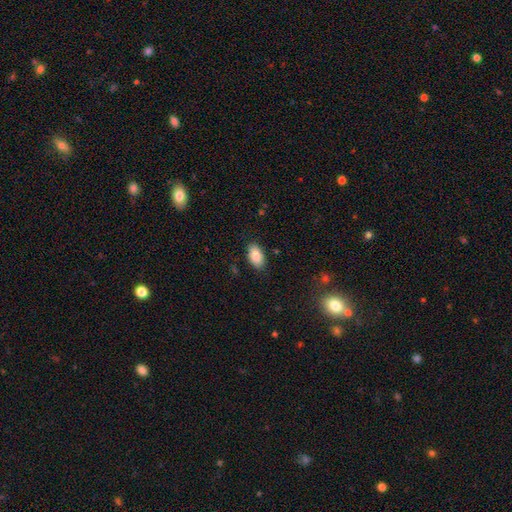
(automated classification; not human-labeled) This appears to be a smooth galaxy with no disk features (89%) that is in between round and cigar-shaped (94%). Merging: none (85%).